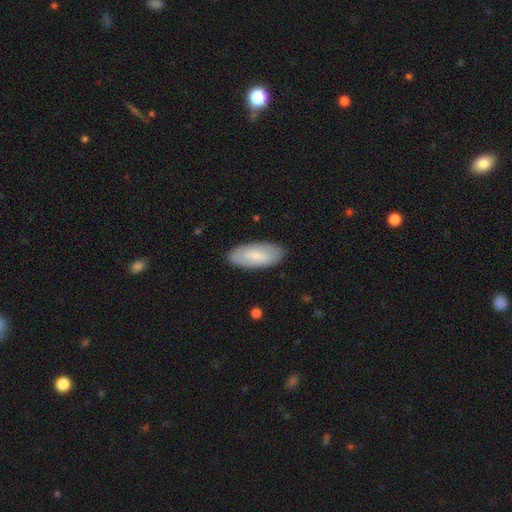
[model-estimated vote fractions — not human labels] Morphology: type=smooth (76%); roundness=in between (88%); merging=none (86%).